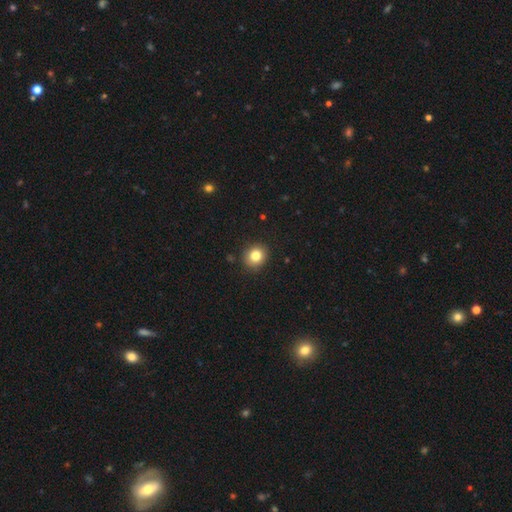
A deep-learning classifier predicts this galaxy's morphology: smooth-or-featured: smooth: 82% | star or artifact: 11% | featured or disk: 7%
  how-rounded: round: 77% | in between: 22% | cigar-shaped: 1%
  merging: none: 90% | minor disturbance: 7% | major disturbance: 2% | merger: 1%